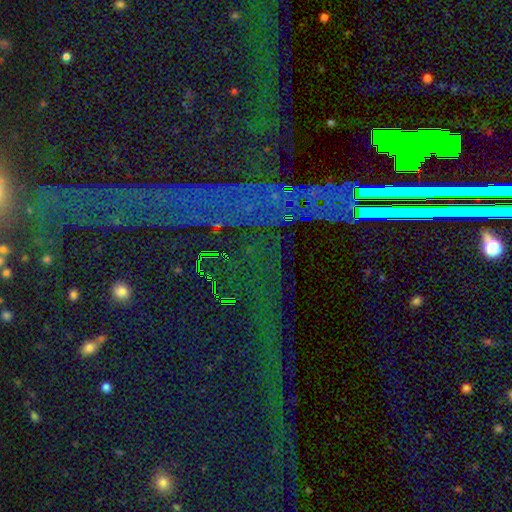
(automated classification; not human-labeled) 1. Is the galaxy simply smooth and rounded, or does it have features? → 84% star or artifact, 8% featured or disk, 8% smooth.